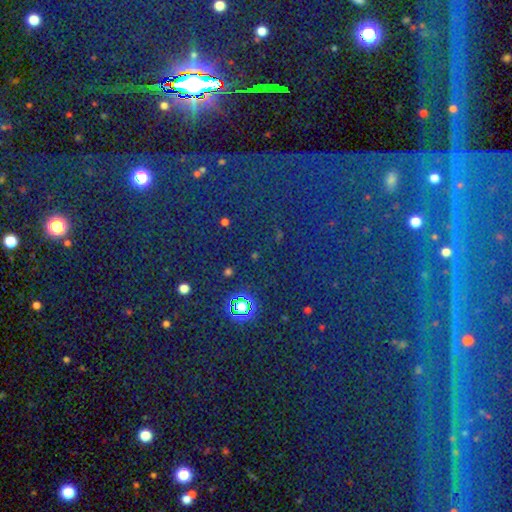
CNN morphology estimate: Smooth or featured? star or artifact (79%)